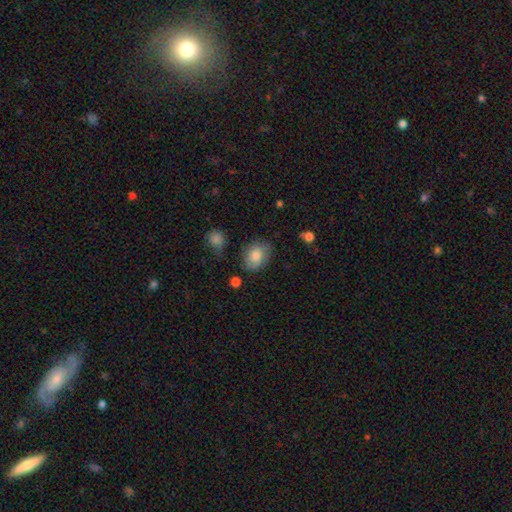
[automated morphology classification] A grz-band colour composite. It shows a smooth galaxy with no disk features (75%) that is in between round and cigar-shaped (57%). Merging: none (68%).